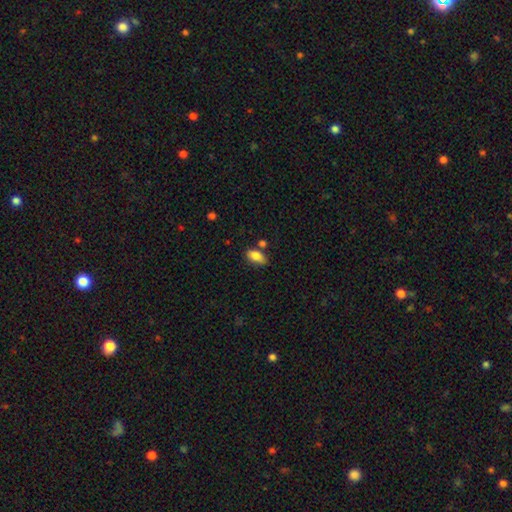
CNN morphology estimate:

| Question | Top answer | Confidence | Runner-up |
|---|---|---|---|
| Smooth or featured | smooth | 85% | star or artifact (8%) |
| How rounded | in between | 90% | round (5%) |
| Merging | none | 65% | minor disturbance (20%) |